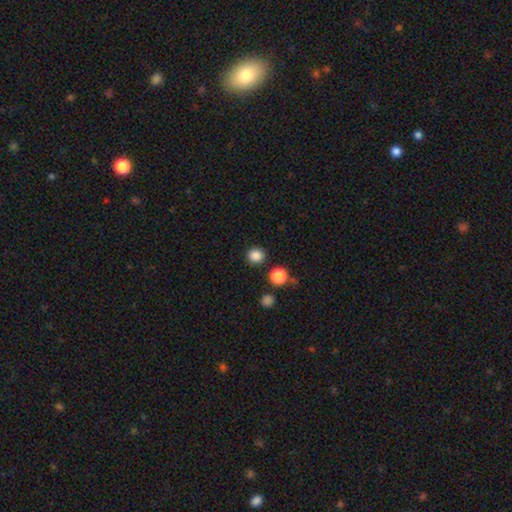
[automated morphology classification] Smooth or featured: smooth — 85% (star or artifact — 12%)
How rounded: round — 91% (in between — 8%)
Merging: none — 89% (minor disturbance — 6%)